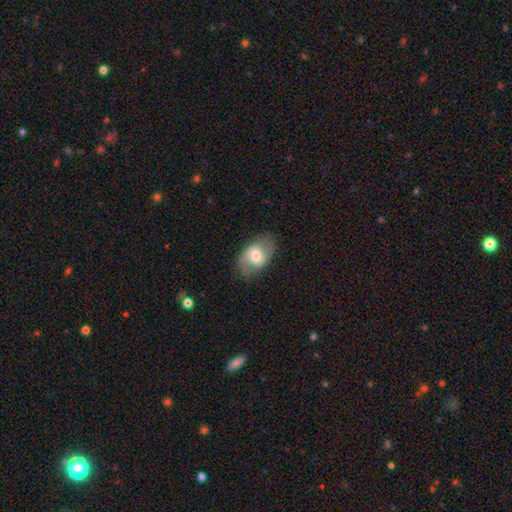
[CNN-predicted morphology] smooth-or-featured: smooth: 47% | featured or disk: 46% | star or artifact: 7%
  merging: none: 78% | minor disturbance: 15% | major disturbance: 5% | merger: 1%